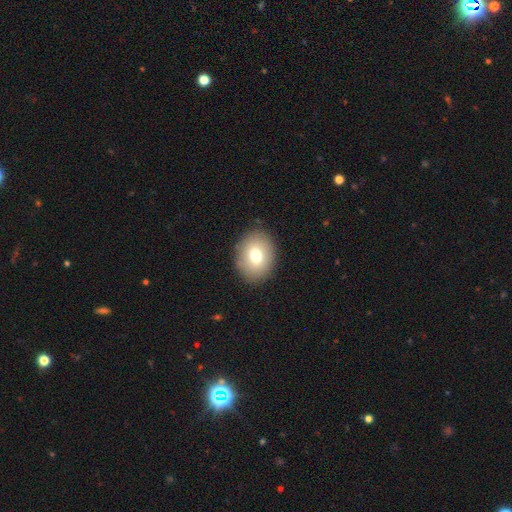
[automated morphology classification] smooth_or_featured: smooth (p=0.74) [alt: featured or disk p=0.16]
how_rounded: in between (p=0.53) [alt: round p=0.46]
merging: none (p=0.88) [alt: minor disturbance p=0.08]